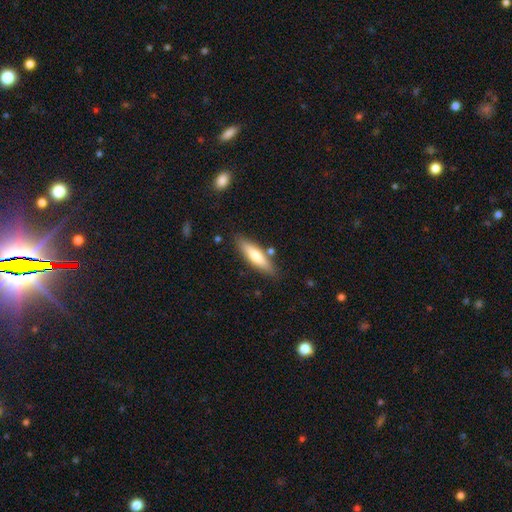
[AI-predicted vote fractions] Smooth or featured? Predicted: smooth (p=0.64). How rounded? Predicted: cigar-shaped (p=0.69). Merging? Predicted: none (p=0.82).